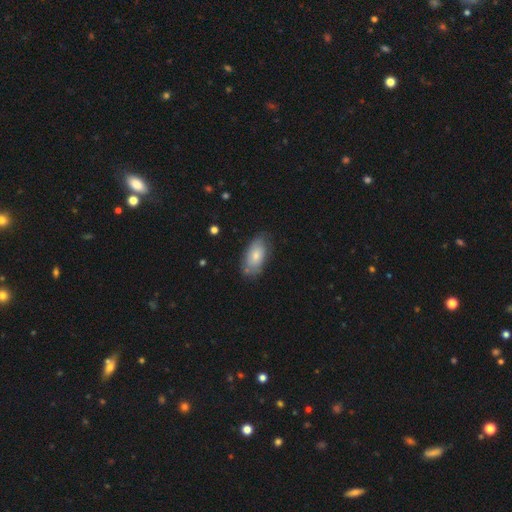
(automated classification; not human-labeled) This is likely a smooth galaxy (75%). How rounded: clearly in between (93%). Merging: likely none (74%).